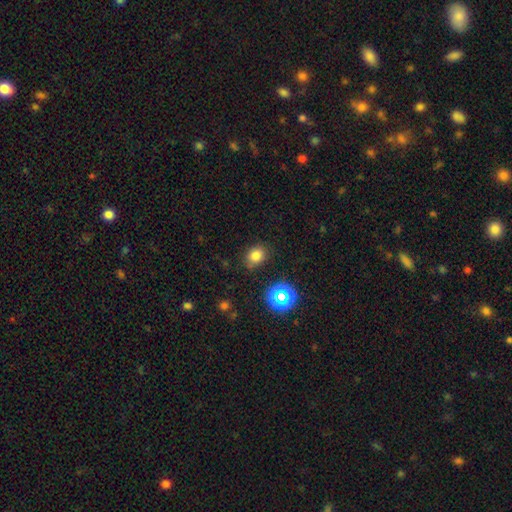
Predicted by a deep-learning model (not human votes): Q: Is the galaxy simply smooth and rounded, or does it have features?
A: smooth — 76%.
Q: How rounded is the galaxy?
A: in between — 51%.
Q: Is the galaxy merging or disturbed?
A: none — 80%.